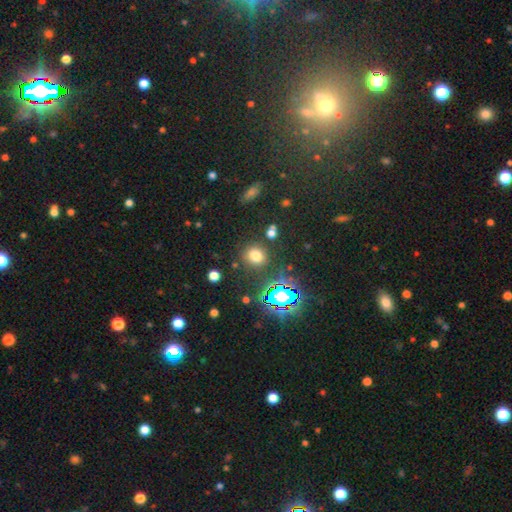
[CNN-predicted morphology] smooth 68%, star or artifact 24%, featured or disk 7%. Down the decision tree: how rounded — round (76%); merging — none (82%).